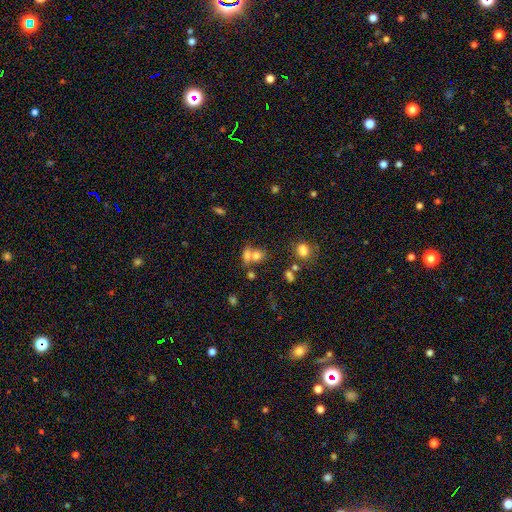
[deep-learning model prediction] Smooth or featured: smooth — 69% (star or artifact — 16%)
How rounded: round — 52% (in between — 46%)
Merging: merger — 55% (none — 32%)